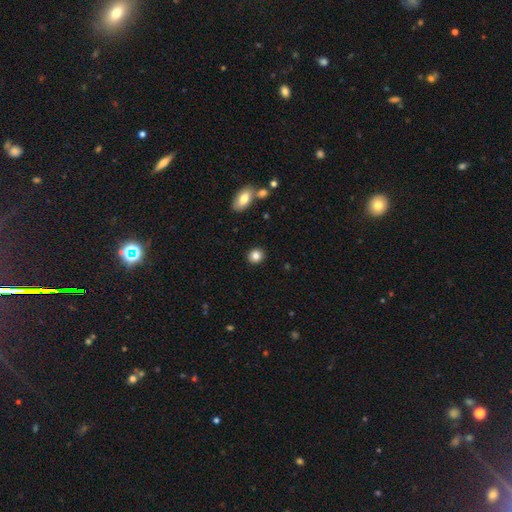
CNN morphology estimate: smooth 84%, star or artifact 9%, featured or disk 6%. Down the decision tree: how rounded — round (82%); merging — none (90%).